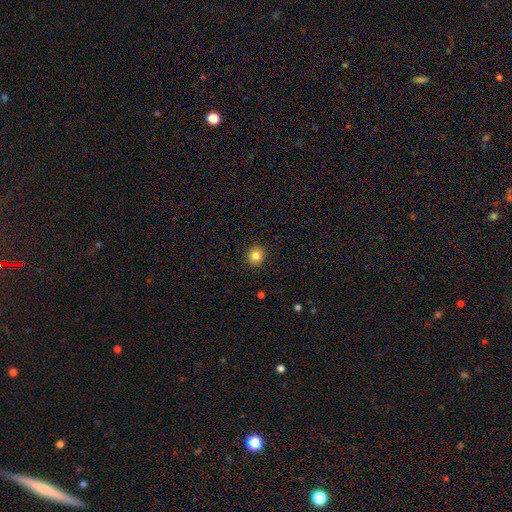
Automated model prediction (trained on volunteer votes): Morphology: type=smooth (85%); roundness=round (85%); merging=none (91%).